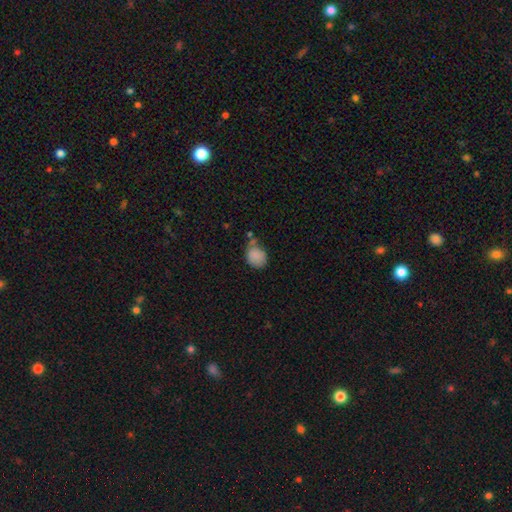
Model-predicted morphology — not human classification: Smooth or featured: smooth — 85% (star or artifact — 8%)
How rounded: round — 55% (in between — 44%)
Merging: none — 46% (minor disturbance — 30%)